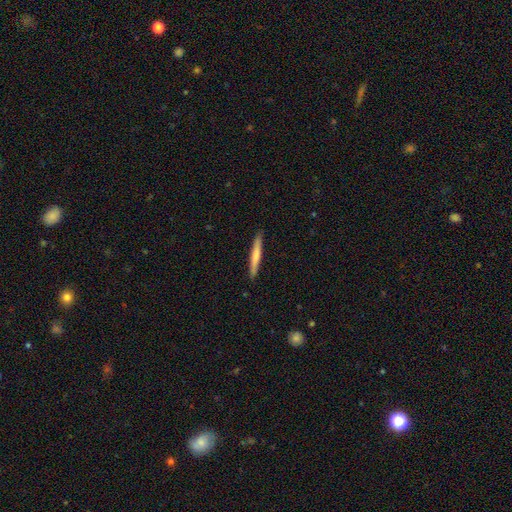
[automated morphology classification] This is likely a smooth galaxy (64%). How rounded: clearly cigar-shaped (96%). Merging: clearly none (90%).